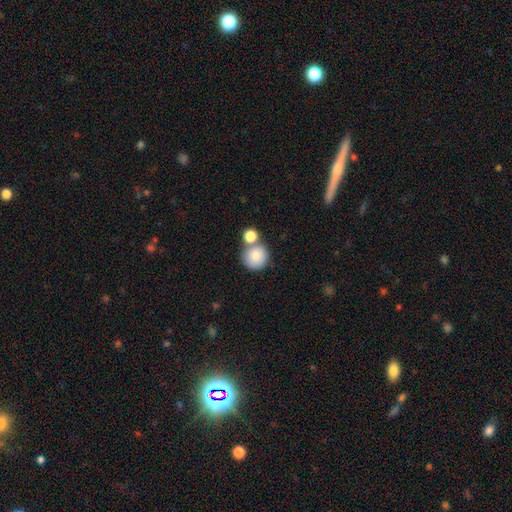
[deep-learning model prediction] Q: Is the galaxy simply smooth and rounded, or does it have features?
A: smooth — 83%.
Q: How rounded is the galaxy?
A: round — 92%.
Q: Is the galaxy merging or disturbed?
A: none — 57%.